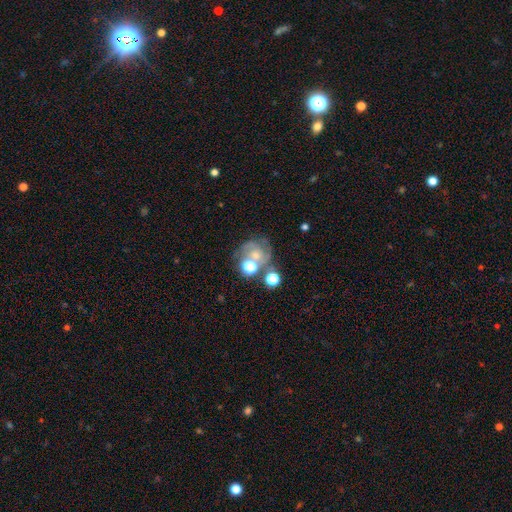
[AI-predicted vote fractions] Smooth or featured?
  - featured or disk: 51% *
  - smooth: 33%
  - star or artifact: 16%
Edge-on disk?
  - no: 97% *
  - yes: 3%
Merging?
  - none: 43% *
  - merger: 27%
  - minor disturbance: 15%
  - major disturbance: 14%